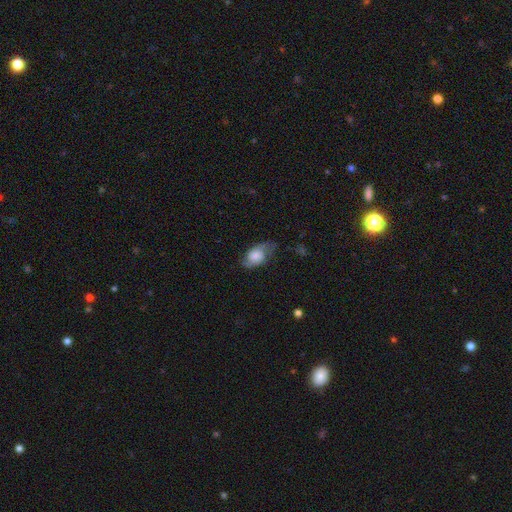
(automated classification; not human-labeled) A smooth galaxy with no disk features (50%). Merging: none (53%).